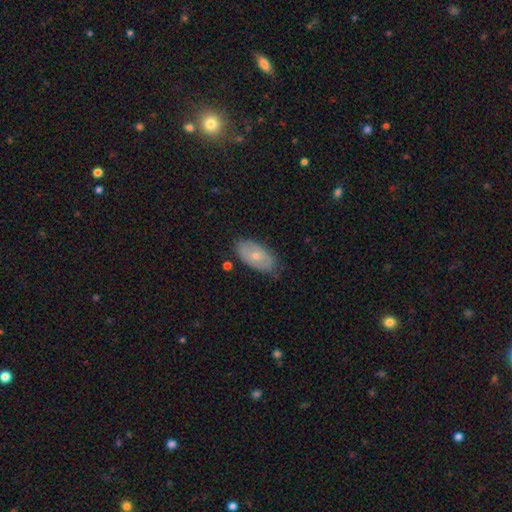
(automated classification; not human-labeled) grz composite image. It shows a smooth galaxy with no disk features (57%) that is in between round and cigar-shaped (93%). Merging: none (75%).